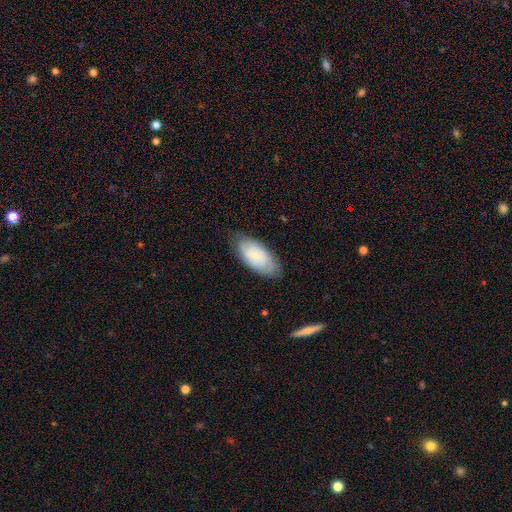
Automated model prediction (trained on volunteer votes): Smooth or featured? Predicted: smooth (p=0.61). How rounded? Predicted: in between (p=0.92). Merging? Predicted: none (p=0.76).